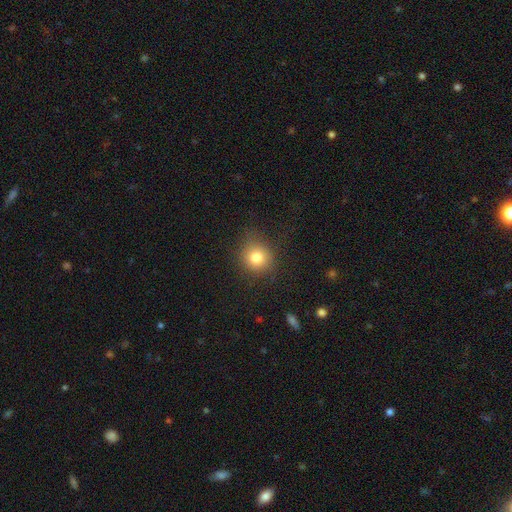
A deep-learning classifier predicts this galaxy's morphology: Smooth or featured? Predicted: smooth (p=0.77). How rounded? Predicted: round (p=0.88). Merging? Predicted: none (p=0.84).